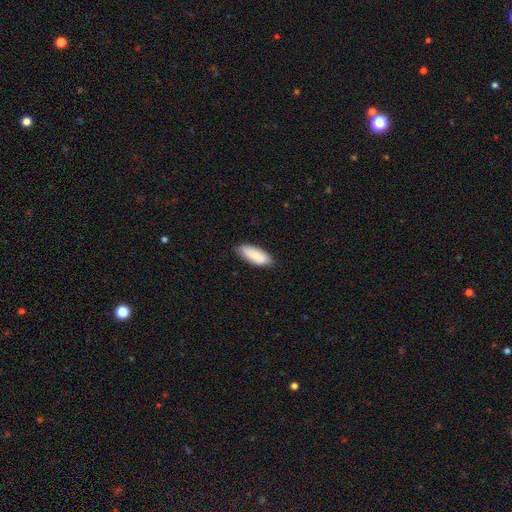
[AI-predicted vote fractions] Morphology: type=smooth (78%); roundness=in between (80%); merging=none (80%).